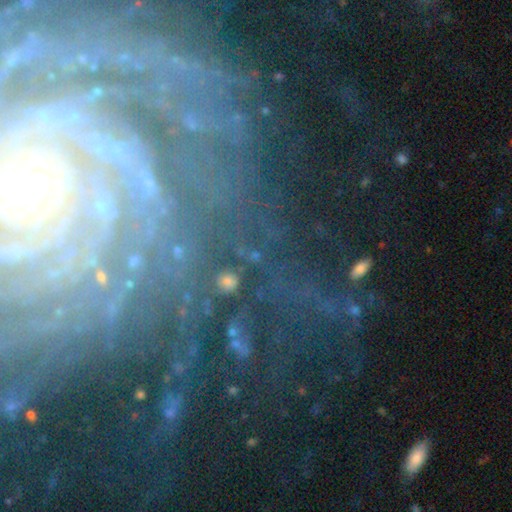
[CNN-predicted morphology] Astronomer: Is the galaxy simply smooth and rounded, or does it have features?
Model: featured or disk — 62%.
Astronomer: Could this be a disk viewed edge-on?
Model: no — 94%.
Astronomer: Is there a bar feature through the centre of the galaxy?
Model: no — 48% (runner-up: weak, 28%).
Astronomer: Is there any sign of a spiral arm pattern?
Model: yes — 88%.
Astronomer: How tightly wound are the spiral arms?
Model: tight — 60%.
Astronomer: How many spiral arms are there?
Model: can't tell — 28% (runner-up: 2, 20%).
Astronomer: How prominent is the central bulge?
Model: small — 64%.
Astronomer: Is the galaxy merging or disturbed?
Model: none — 59%.